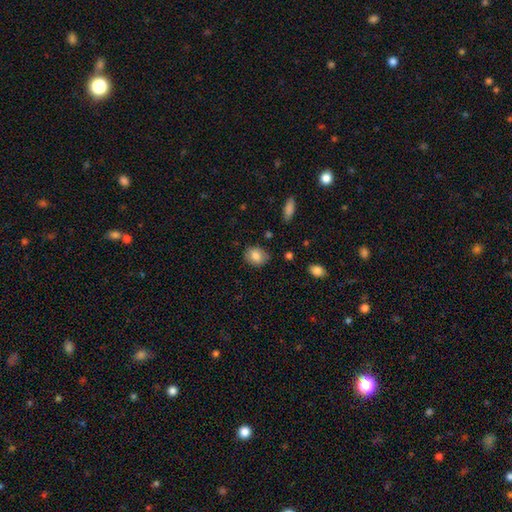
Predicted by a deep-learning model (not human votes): This is clearly a smooth galaxy (81%). How rounded: possibly in between (56%). Merging: clearly none (82%).